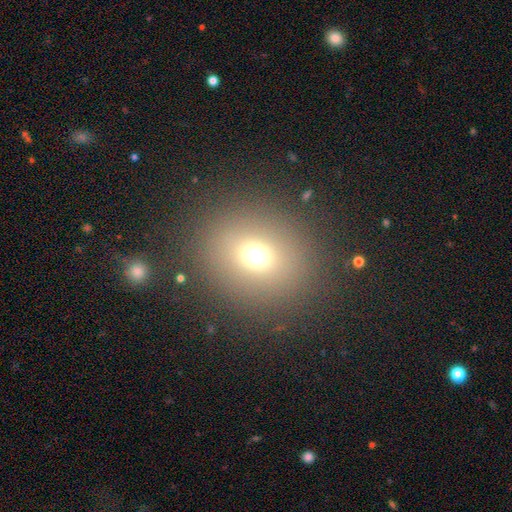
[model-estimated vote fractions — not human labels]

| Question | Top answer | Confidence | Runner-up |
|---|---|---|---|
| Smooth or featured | smooth | 69% | star or artifact (21%) |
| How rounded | round | 73% | in between (26%) |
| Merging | none | 85% | minor disturbance (8%) |